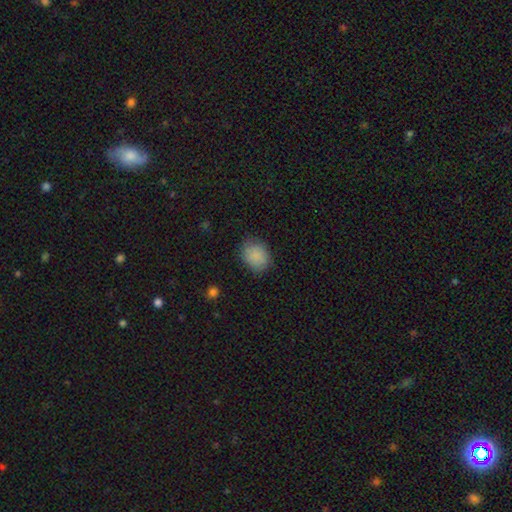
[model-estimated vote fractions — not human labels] Smooth or featured: smooth — 86% (star or artifact — 9%)
How rounded: round — 52% (in between — 47%)
Merging: none — 77% (minor disturbance — 18%)